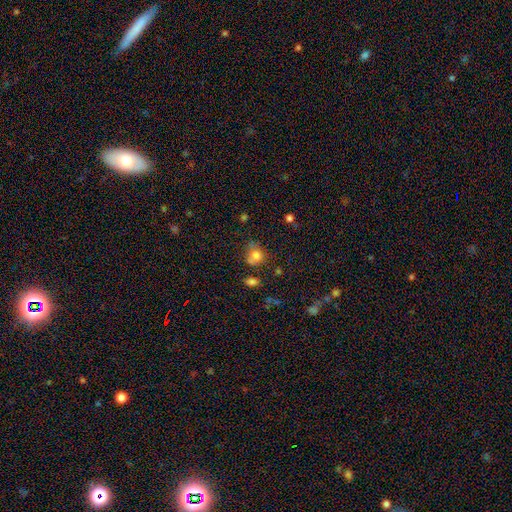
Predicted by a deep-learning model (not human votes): Smooth or featured: smooth — 76% (star or artifact — 13%)
How rounded: round — 73% (in between — 26%)
Merging: none — 52% (minor disturbance — 23%)